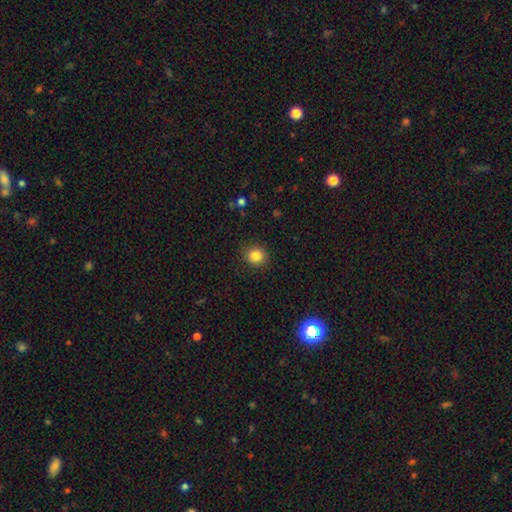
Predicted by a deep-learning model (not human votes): A smooth galaxy with no disk features (84%) that is round (89%).

Vote fractions:
- Smooth or featured? smooth: 84% / star or artifact: 11% / featured or disk: 5%
- How rounded? round: 89% / in between: 10% / cigar-shaped: 1%
- Merging? none: 90% / minor disturbance: 7% / major disturbance: 2% / merger: 1%